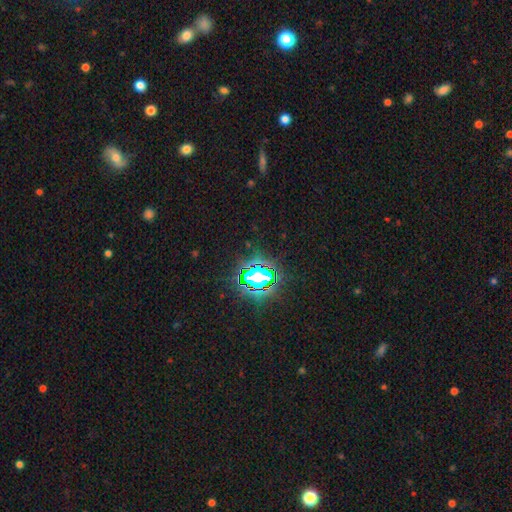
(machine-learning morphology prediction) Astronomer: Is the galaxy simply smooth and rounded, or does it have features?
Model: star or artifact — 78%.